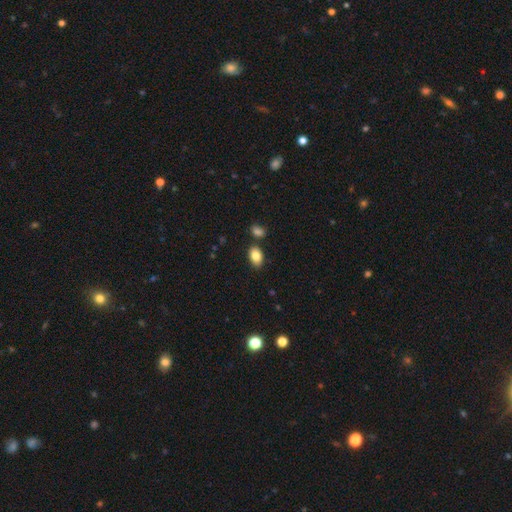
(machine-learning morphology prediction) Smooth or featured? smooth (84%)
How rounded? in between (88%)
Merging? none (77%)